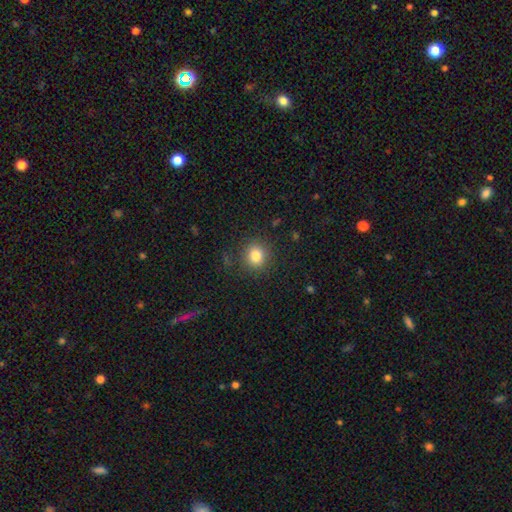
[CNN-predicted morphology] smooth-or-featured: smooth: 82% | star or artifact: 12% | featured or disk: 6%
  how-rounded: round: 84% | in between: 15% | cigar-shaped: 1%
  merging: none: 86% | minor disturbance: 9% | major disturbance: 4% | merger: 1%